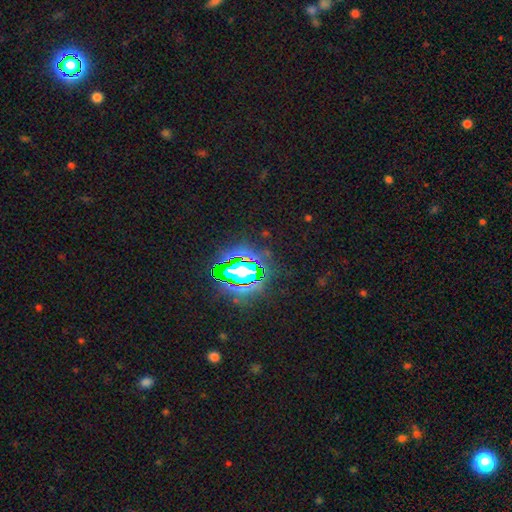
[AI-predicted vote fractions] Smooth or featured? star or artifact (82%)